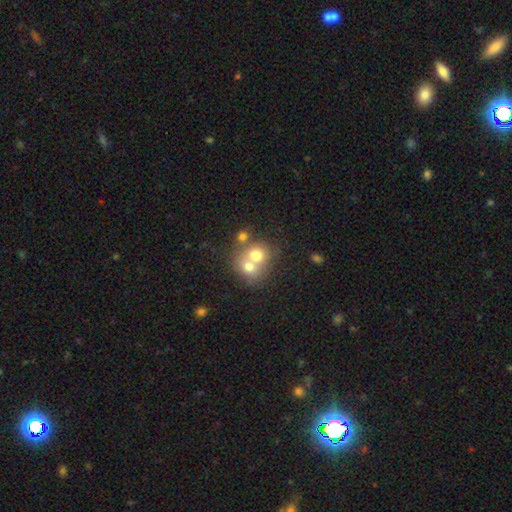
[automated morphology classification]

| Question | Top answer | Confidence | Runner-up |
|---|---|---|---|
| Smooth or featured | smooth | 67% | featured or disk (22%) |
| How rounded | round | 72% | in between (27%) |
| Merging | merger | 66% | none (25%) |